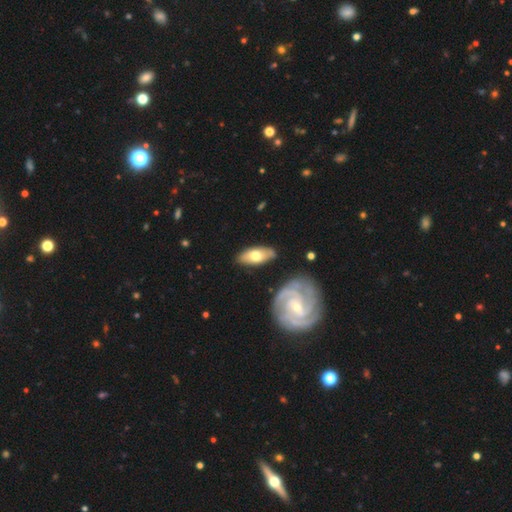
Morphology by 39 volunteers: Smooth or featured?
  - smooth: 59% *
  - featured or disk: 41%
  - star or artifact: 0%
How rounded?
  - in between: 96% *
  - cigar-shaped: 4%
  - round: 0%
Merging?
  - none: 69% *
  - minor disturbance: 31%
  - major disturbance: 0%
  - merger: 0%